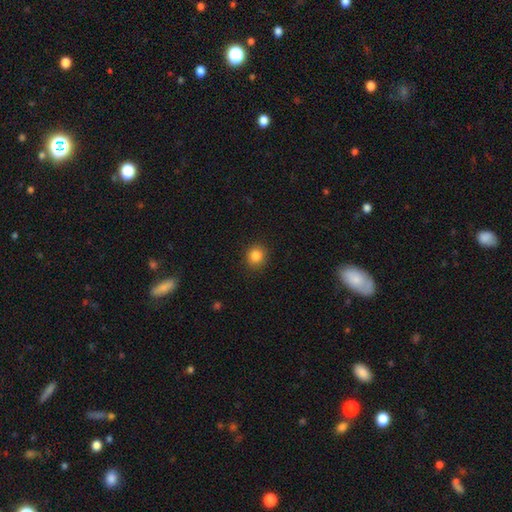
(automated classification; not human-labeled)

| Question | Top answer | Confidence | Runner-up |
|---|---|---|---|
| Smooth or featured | smooth | 85% | star or artifact (11%) |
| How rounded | round | 87% | in between (12%) |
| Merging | none | 90% | minor disturbance (7%) |